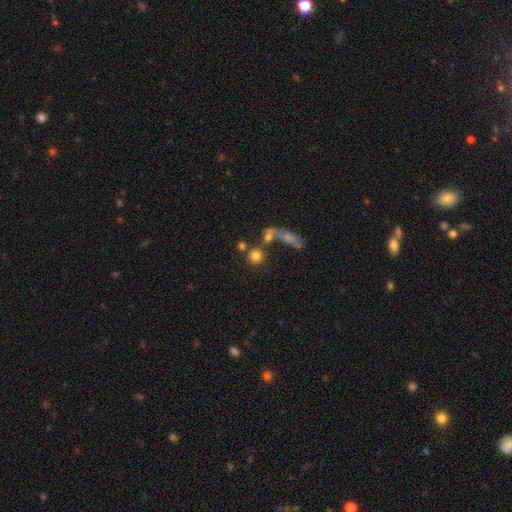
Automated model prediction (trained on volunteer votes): Q: Smooth or featured?
A: smooth (77%); runner-up: star or artifact (12%)
Q: How rounded?
A: round (88%); runner-up: in between (9%)
Q: Merging?
A: none (60%); runner-up: merger (25%)